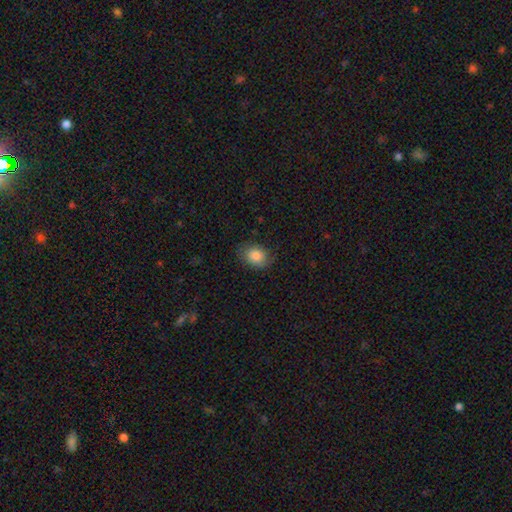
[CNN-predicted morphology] smooth-or-featured: smooth: 85% | star or artifact: 8% | featured or disk: 7%
  how-rounded: in between: 66% | round: 33% | cigar-shaped: 1%
  merging: none: 77% | minor disturbance: 17% | major disturbance: 5% | merger: 1%